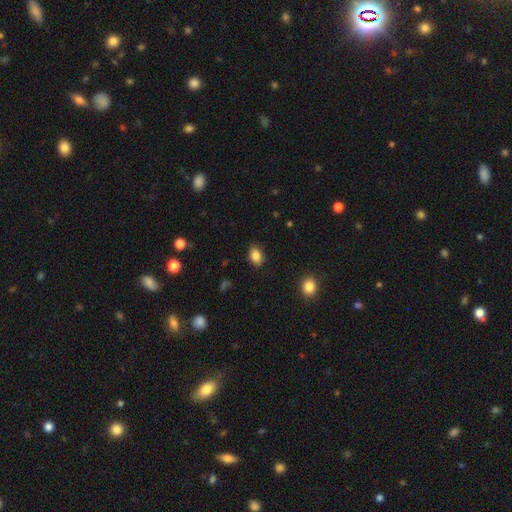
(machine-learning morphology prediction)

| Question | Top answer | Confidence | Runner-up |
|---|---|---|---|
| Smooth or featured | smooth | 85% | star or artifact (9%) |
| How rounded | in between | 77% | round (21%) |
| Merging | none | 86% | minor disturbance (10%) |